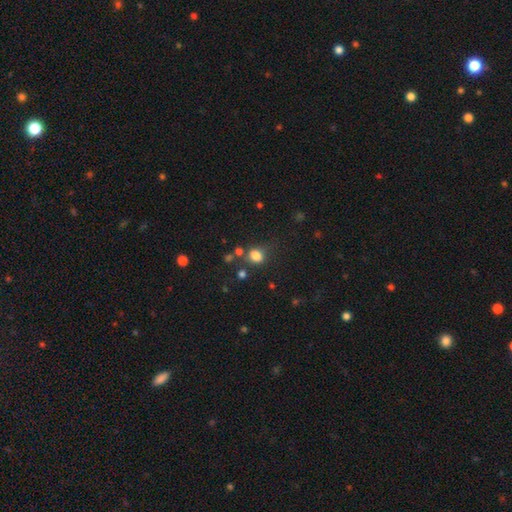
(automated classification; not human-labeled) This appears to be a smooth galaxy with no disk features (79%) that is round (55%). Merging: none (61%).